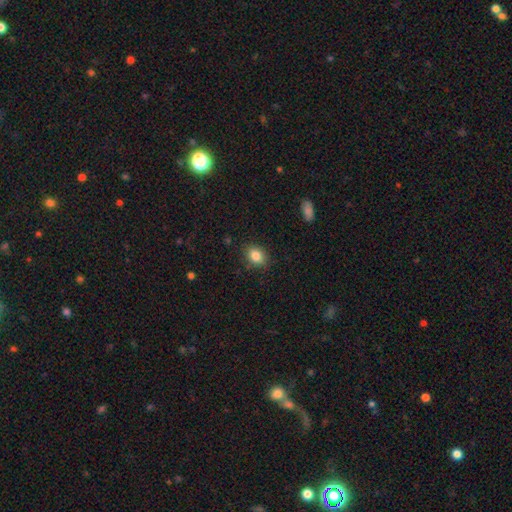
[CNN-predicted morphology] type=smooth (84%); roundness=in between (62%); merging=none (85%).